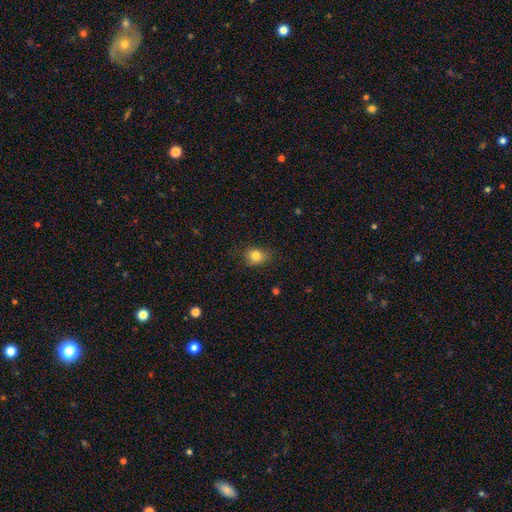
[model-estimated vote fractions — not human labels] A smooth galaxy with no disk features (81%) that is round (51%). Merging: none (76%).